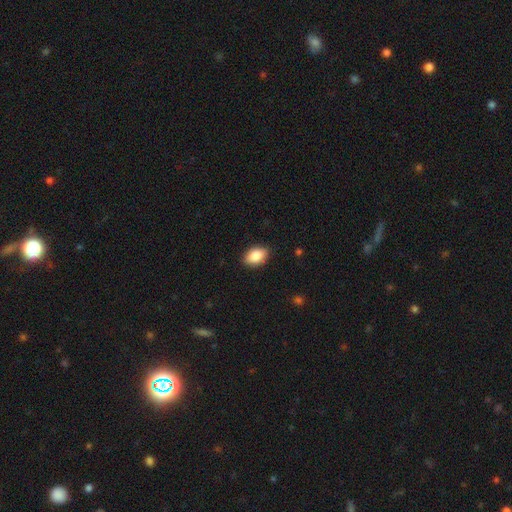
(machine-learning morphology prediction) Smooth or featured? smooth (86%)
How rounded? in between (89%)
Merging? none (87%)